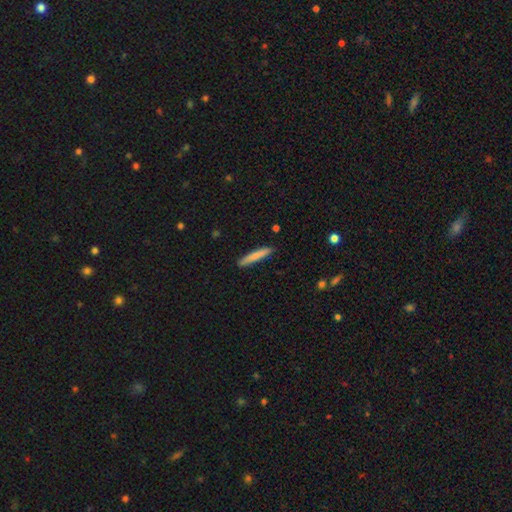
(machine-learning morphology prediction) smooth_or_featured: smooth (p=0.76) [alt: featured or disk p=0.18]
how_rounded: cigar-shaped (p=0.92) [alt: in between p=0.06]
merging: none (p=0.89) [alt: minor disturbance p=0.09]